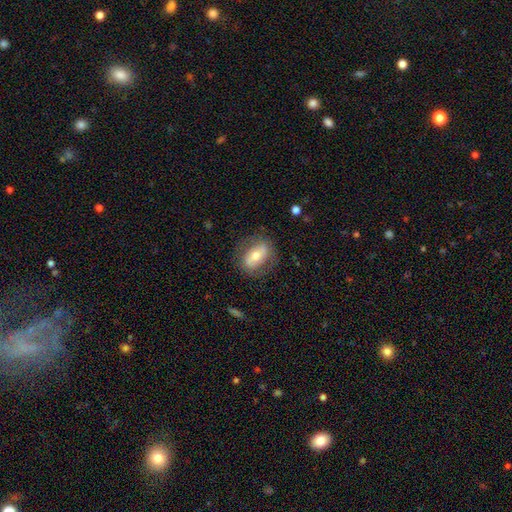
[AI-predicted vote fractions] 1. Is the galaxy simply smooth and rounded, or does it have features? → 48% smooth, 44% featured or disk, 7% star or artifact.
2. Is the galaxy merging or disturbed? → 76% none, 16% minor disturbance, 8% major disturbance, 1% merger.